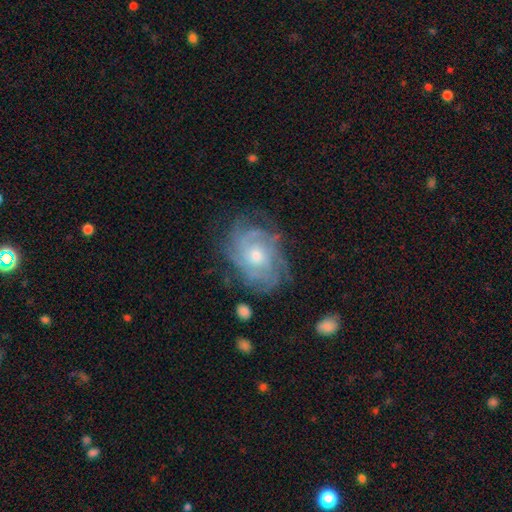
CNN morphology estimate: Q: Smooth or featured?
A: featured or disk (84%); runner-up: smooth (10%)
Q: Edge-on disk?
A: no (97%); runner-up: yes (3%)
Q: Bar?
A: no (78%); runner-up: weak (19%)
Q: Spiral arms?
A: yes (95%); runner-up: no (5%)
Q: Spiral winding?
A: tight (67%); runner-up: medium (27%)
Q: Spiral arm count?
A: can't tell (38%); runner-up: 4 (20%)
Q: Bulge size?
A: moderate (48%); runner-up: small (47%)
Q: Merging?
A: none (72%); runner-up: minor disturbance (18%)